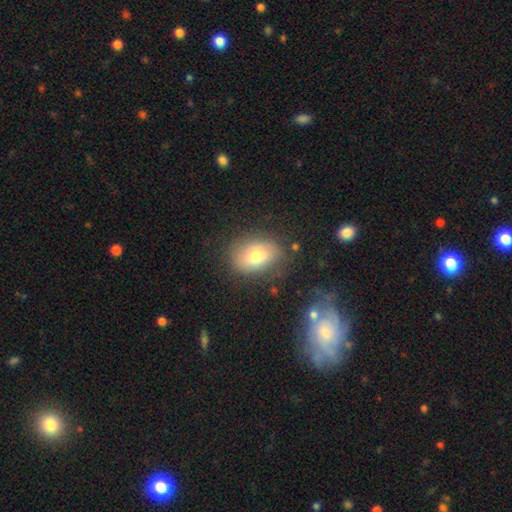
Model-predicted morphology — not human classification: A smooth galaxy with no disk features (74%) that is in between round and cigar-shaped (78%). Merging: none (79%).